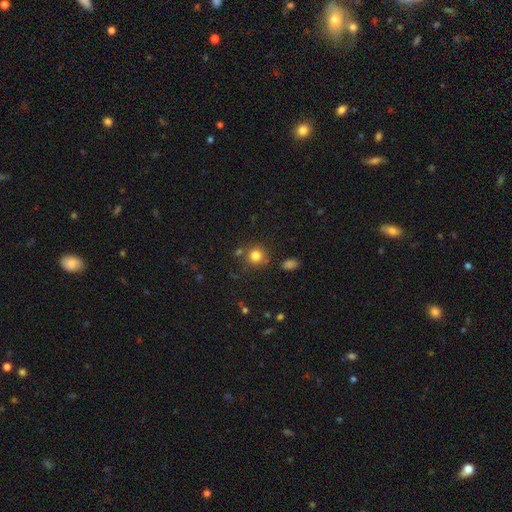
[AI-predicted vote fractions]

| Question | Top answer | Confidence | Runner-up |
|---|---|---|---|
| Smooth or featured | smooth | 81% | star or artifact (13%) |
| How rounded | round | 90% | in between (9%) |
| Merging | none | 78% | minor disturbance (10%) |